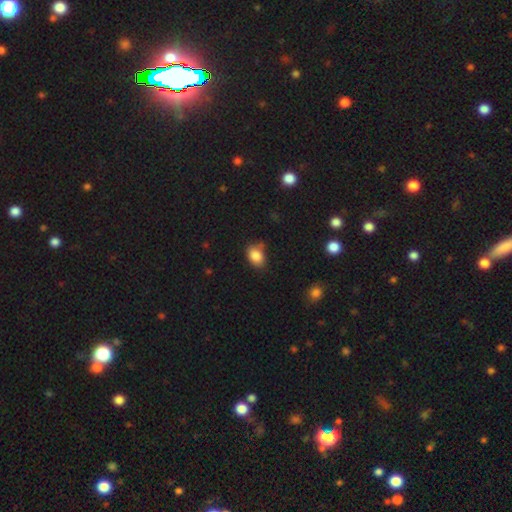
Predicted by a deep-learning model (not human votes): A smooth galaxy with no disk features (85%) that is in between round and cigar-shaped (76%). Merging: none (69%).